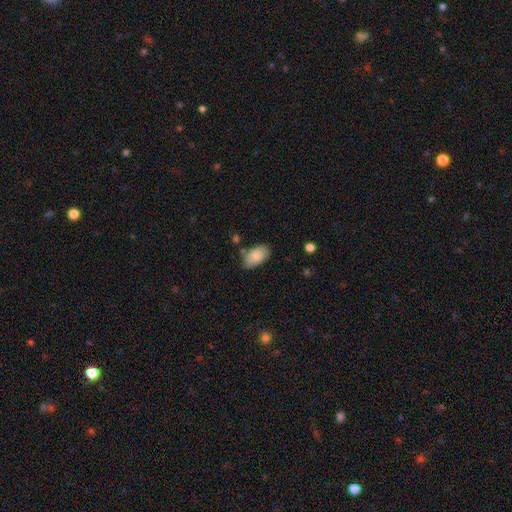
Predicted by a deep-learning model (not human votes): smooth-or-featured: smooth: 82% | featured or disk: 12% | star or artifact: 6%
  how-rounded: in between: 94% | round: 5% | cigar-shaped: 2%
  merging: none: 72% | minor disturbance: 20% | merger: 5% | major disturbance: 4%